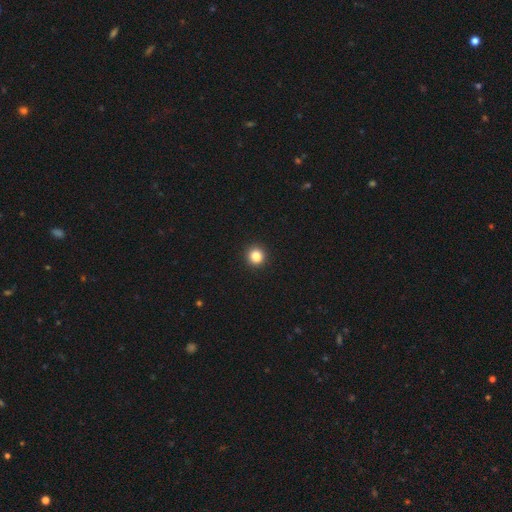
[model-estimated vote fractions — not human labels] smooth_or_featured: smooth (p=0.85) [alt: star or artifact p=0.11]
how_rounded: round (p=0.92) [alt: in between p=0.07]
merging: none (p=0.93) [alt: minor disturbance p=0.05]